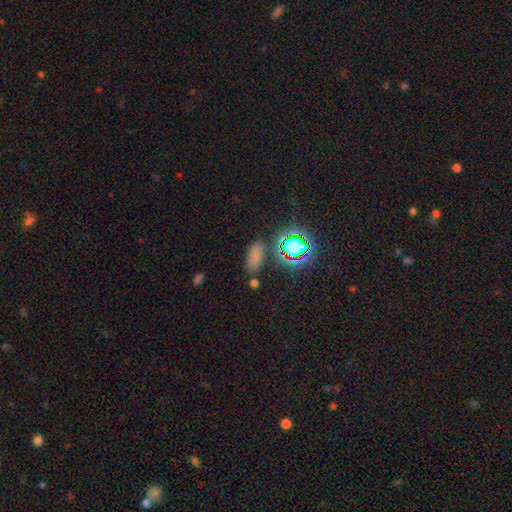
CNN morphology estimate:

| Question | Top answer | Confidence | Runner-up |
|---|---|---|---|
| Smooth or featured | smooth | 65% | star or artifact (28%) |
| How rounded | in between | 80% | cigar-shaped (12%) |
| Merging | none | 78% | minor disturbance (12%) |